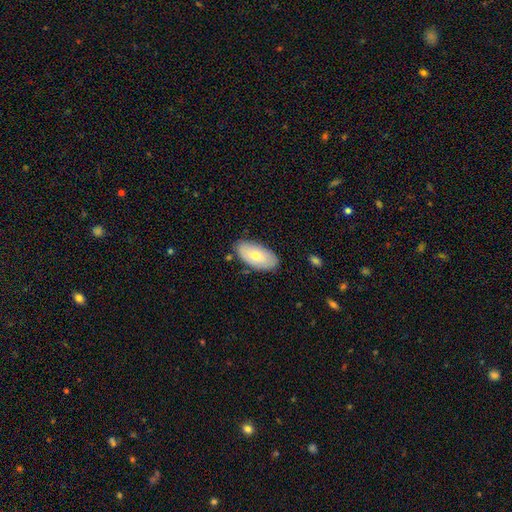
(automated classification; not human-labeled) A smooth galaxy with no disk features (68%) that is in between round and cigar-shaped (95%). Merging: none (81%).